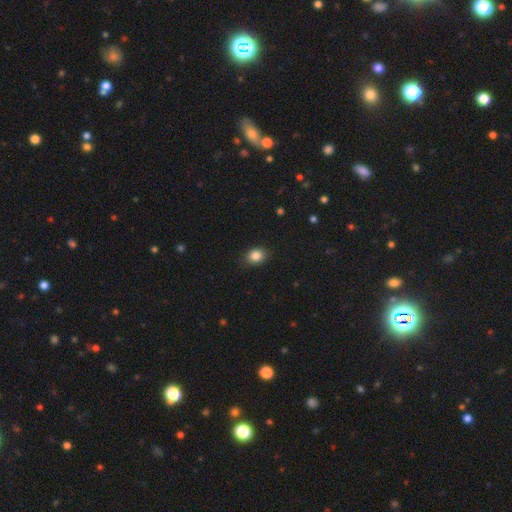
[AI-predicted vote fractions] Smooth or featured?
  - smooth: 85% *
  - star or artifact: 10%
  - featured or disk: 5%
How rounded?
  - in between: 57% *
  - round: 42%
  - cigar-shaped: 1%
Merging?
  - none: 86% *
  - minor disturbance: 11%
  - major disturbance: 2%
  - merger: 1%